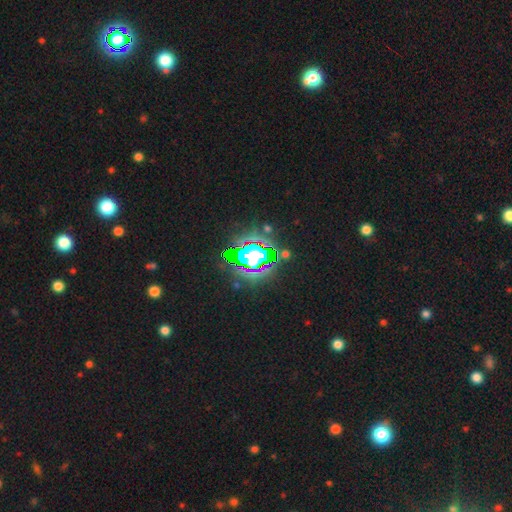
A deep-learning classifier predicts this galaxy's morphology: smooth-or-featured: star or artifact: 84% | smooth: 9% | featured or disk: 7%